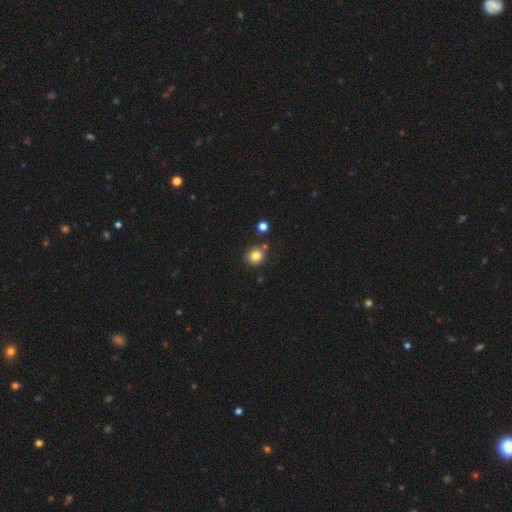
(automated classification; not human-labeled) A smooth galaxy with no disk features (82%) that is round (87%).

Vote fractions:
- Smooth or featured? smooth: 82% / star or artifact: 12% / featured or disk: 6%
- How rounded? round: 87% / in between: 12% / cigar-shaped: 1%
- Merging? none: 80% / minor disturbance: 9% / merger: 8% / major disturbance: 2%